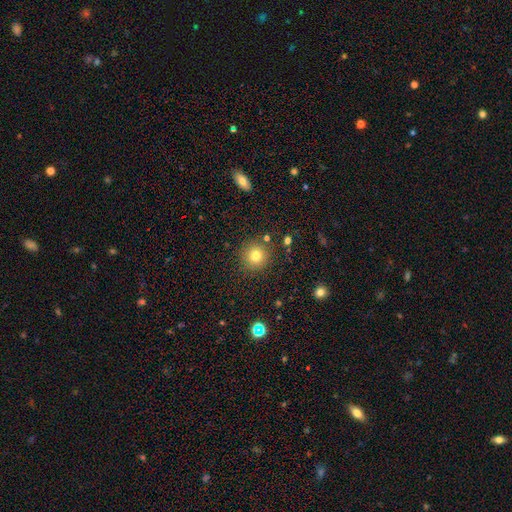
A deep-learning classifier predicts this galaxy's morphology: Smooth or featured?
  - smooth: 78% *
  - star or artifact: 14%
  - featured or disk: 9%
How rounded?
  - round: 94% *
  - in between: 5%
  - cigar-shaped: 1%
Merging?
  - none: 88% *
  - minor disturbance: 7%
  - merger: 3%
  - major disturbance: 3%